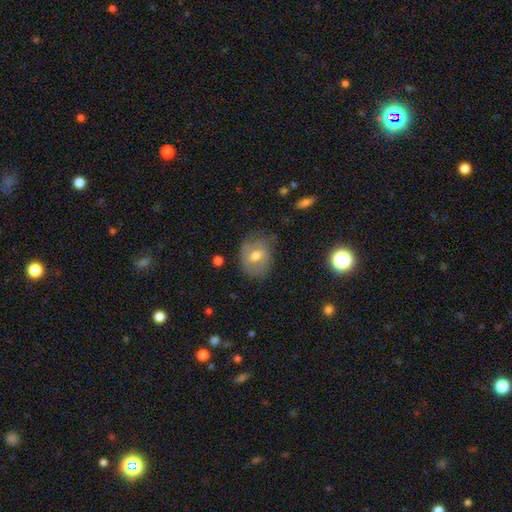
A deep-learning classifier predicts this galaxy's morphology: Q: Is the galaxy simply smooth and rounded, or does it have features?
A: smooth — 50%.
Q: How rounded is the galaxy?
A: in between — 50%.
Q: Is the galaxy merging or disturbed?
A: none — 58%.